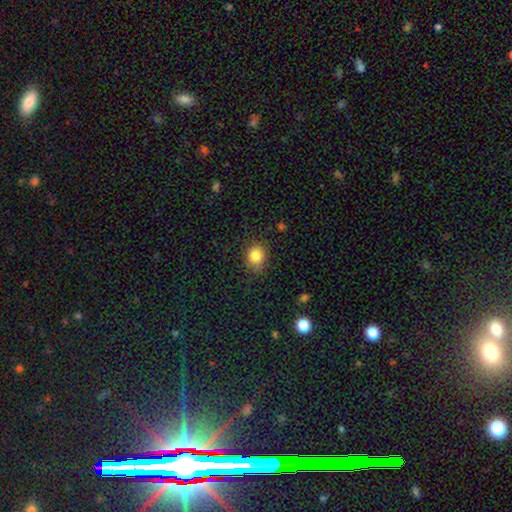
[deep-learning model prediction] smooth_or_featured: smooth (p=0.84) [alt: star or artifact p=0.10]
how_rounded: round (p=0.65) [alt: in between p=0.34]
merging: none (p=0.83) [alt: minor disturbance p=0.13]